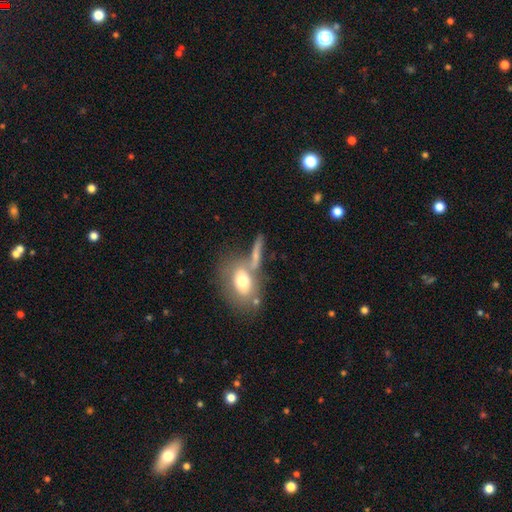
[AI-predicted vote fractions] smooth-or-featured: smooth: 60% | featured or disk: 31% | star or artifact: 9%
  how-rounded: in between: 47% | cigar-shaped: 37% | round: 17%
  merging: none: 43% | merger: 34% | minor disturbance: 14% | major disturbance: 9%